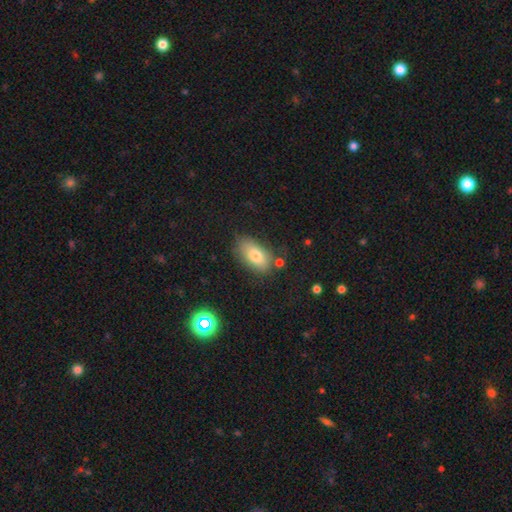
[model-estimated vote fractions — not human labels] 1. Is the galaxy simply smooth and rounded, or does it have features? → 76% smooth, 15% featured or disk, 9% star or artifact.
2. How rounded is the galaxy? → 90% in between, 6% round, 4% cigar-shaped.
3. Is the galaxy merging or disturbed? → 76% none, 15% minor disturbance, 4% merger, 4% major disturbance.